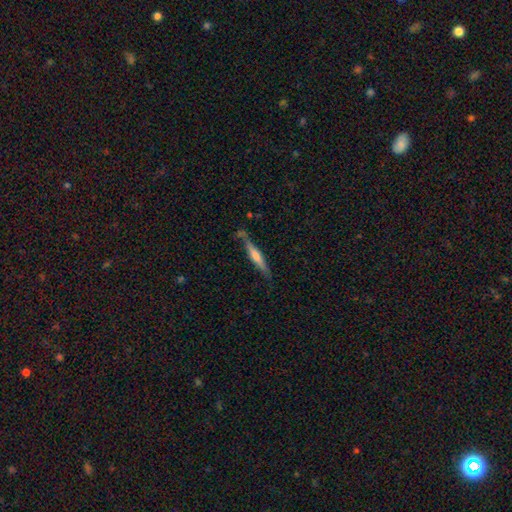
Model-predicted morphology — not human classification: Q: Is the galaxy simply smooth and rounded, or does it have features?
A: featured or disk — 54%.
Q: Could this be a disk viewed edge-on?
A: yes — 95%.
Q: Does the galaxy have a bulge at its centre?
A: rounded — 63%.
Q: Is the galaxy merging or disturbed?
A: none — 74%.